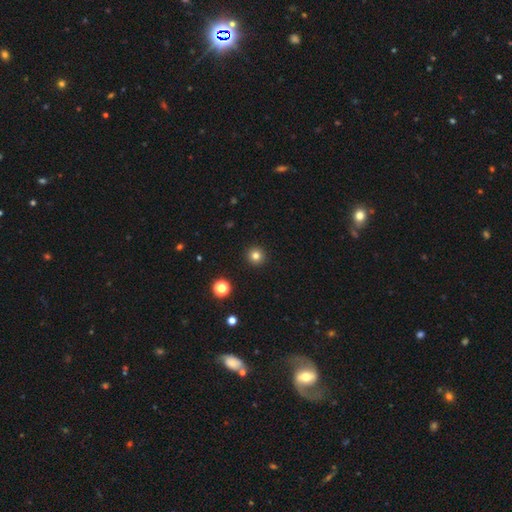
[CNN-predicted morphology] type=smooth (80%); roundness=round (95%); merging=none (93%).